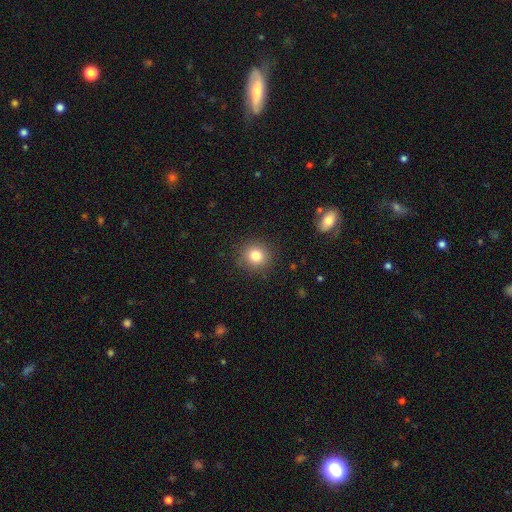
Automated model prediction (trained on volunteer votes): smooth 81%, star or artifact 12%, featured or disk 7%. Down the decision tree: how rounded — round (90%); merging — none (89%).